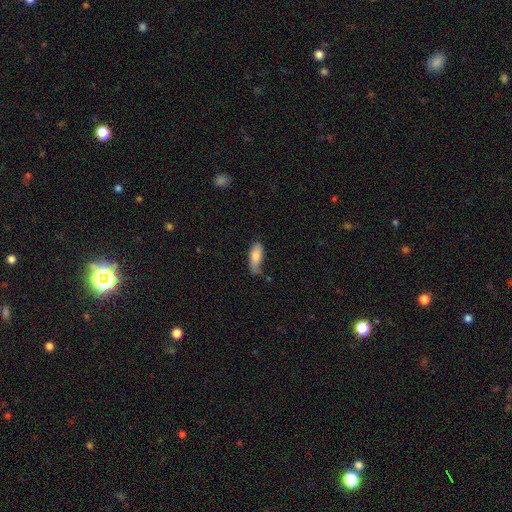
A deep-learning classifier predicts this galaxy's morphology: This is clearly a smooth galaxy (80%). How rounded: likely in between (77%). Merging: possibly none (51%).